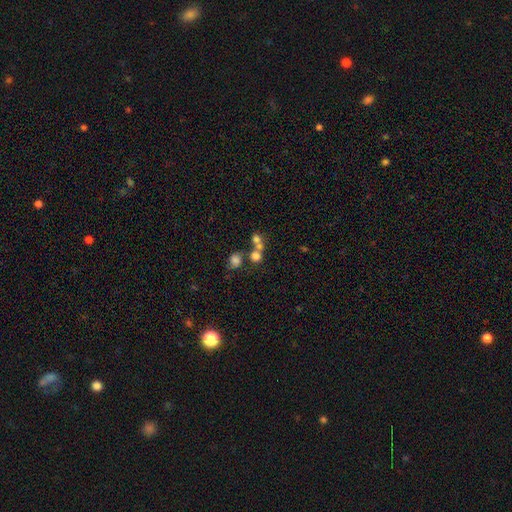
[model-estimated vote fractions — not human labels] This is likely a smooth galaxy (69%). How rounded: clearly round (81%). Merging: possibly merger (45%).